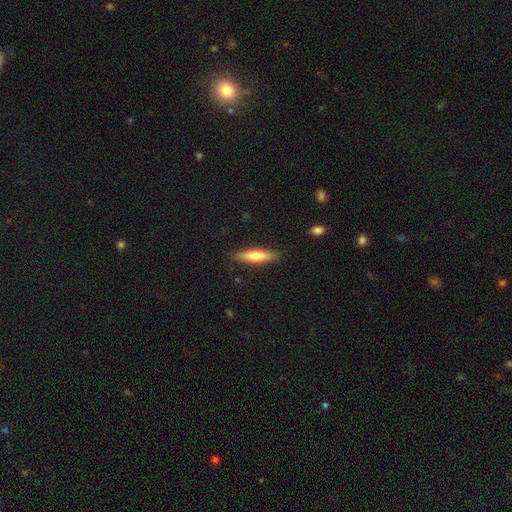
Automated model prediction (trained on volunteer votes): Overall: smooth (65%; featured or disk 29%). How rounded: cigar-shaped (74%). Merging: none (88%).